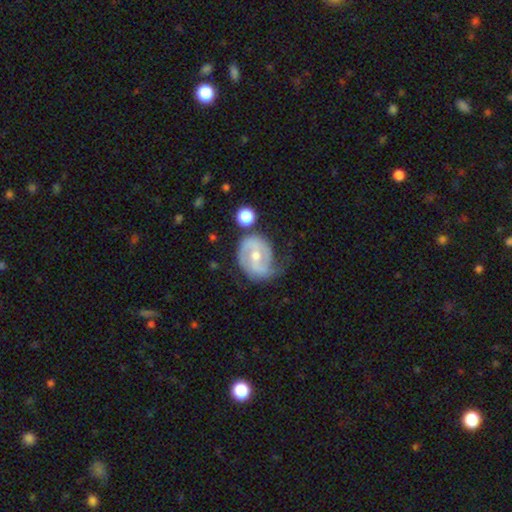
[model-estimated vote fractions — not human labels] Overall: featured or disk (75%). Edge-on disk: no (97%). Bar: weak (46%; strong 28%). Spiral arms: yes (86%). Spiral arm count: 2 (71%). Spiral winding: medium (44%; tight 31%). Bulge size: moderate (55%; small 41%). Merging: none (50%; minor disturbance 30%).